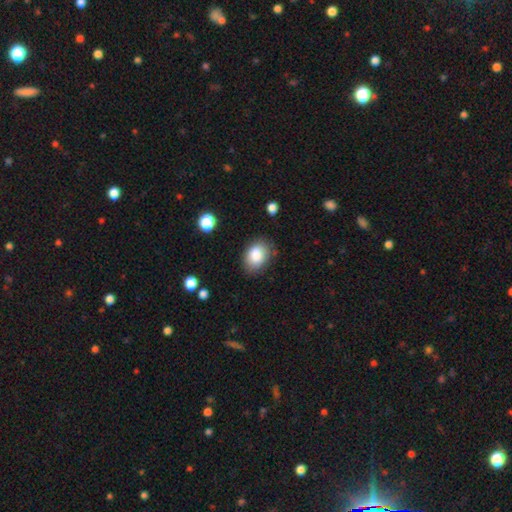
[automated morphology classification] A smooth galaxy with no disk features (85%) that is in between round and cigar-shaped (74%). Merging: none (77%).